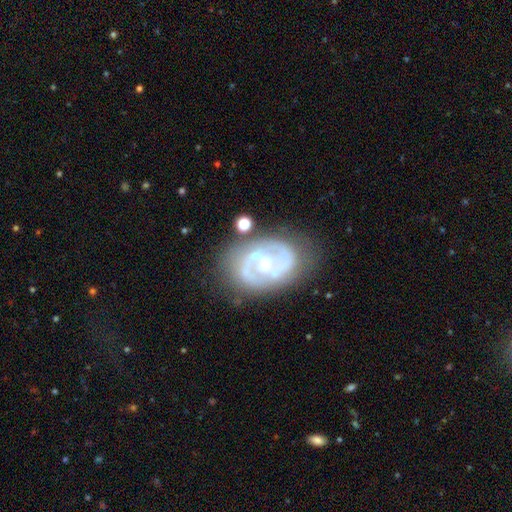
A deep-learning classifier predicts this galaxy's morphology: A featured or disk galaxy (77%) with no bar (43%), 2 (57%) tight (48%) spiral arms (69%) and a small central bulge (46%). Merging: none (60%).